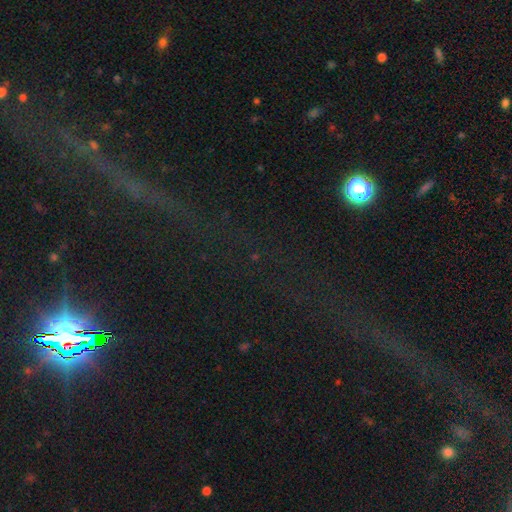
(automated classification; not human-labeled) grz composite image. It shows a star or artifact, not a galaxy (75%).